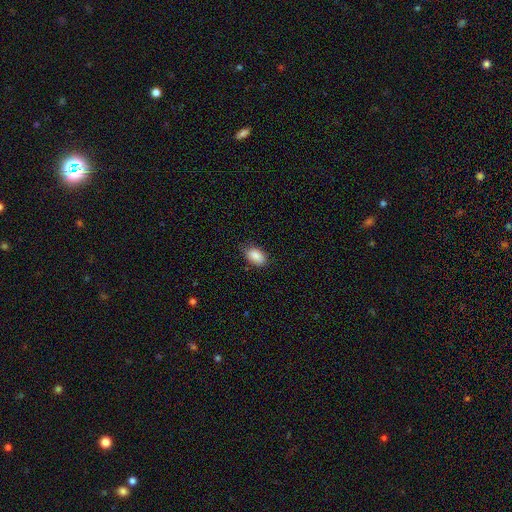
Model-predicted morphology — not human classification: A smooth galaxy with no disk features (88%) that is in between round and cigar-shaped (90%).

Vote fractions:
- Smooth or featured? smooth: 88% / star or artifact: 7% / featured or disk: 4%
- How rounded? in between: 90% / round: 8% / cigar-shaped: 1%
- Merging? none: 77% / minor disturbance: 19% / major disturbance: 3% / merger: 1%